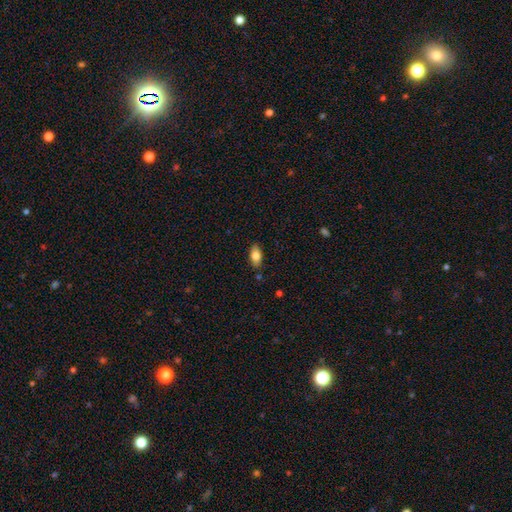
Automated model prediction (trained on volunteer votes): smooth 81%, featured or disk 12%, star or artifact 7%. Down the decision tree: how rounded — in between (90%); merging — none (84%).